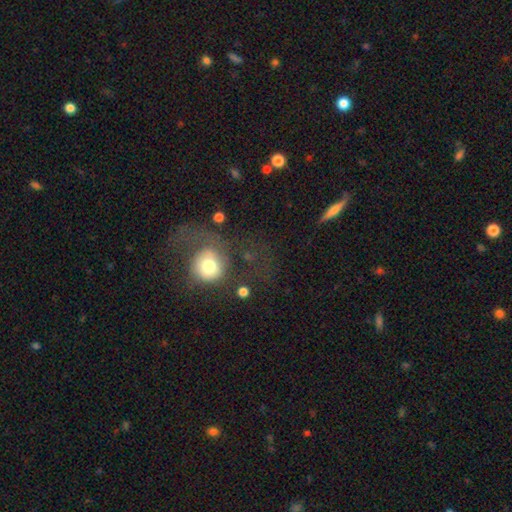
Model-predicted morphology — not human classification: smooth_or_featured: smooth (p=0.48) [alt: featured or disk p=0.36]
merging: major disturbance (p=0.40) [alt: none p=0.38]